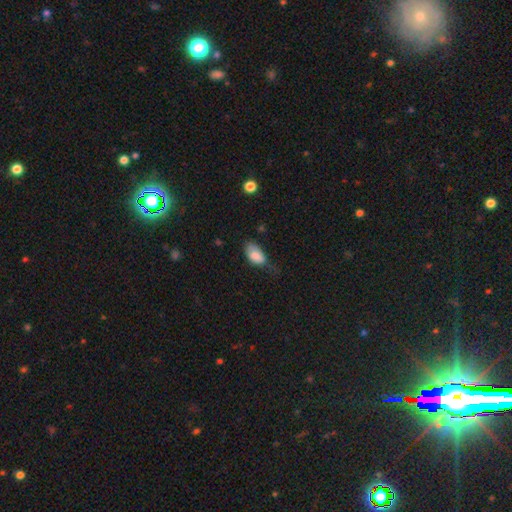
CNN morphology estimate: This appears to be a smooth galaxy with no disk features (81%) that is in between round and cigar-shaped (92%). Merging: minor disturbance (41%).